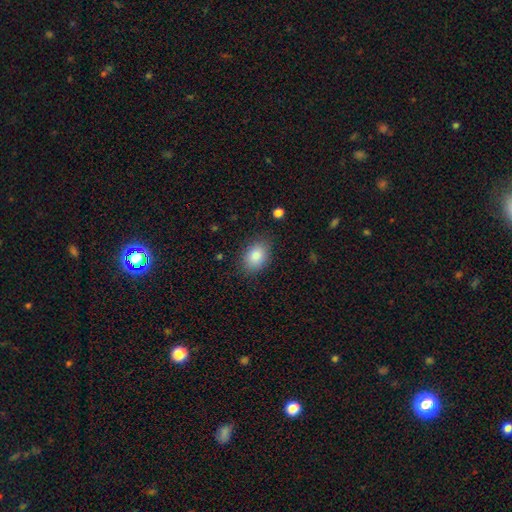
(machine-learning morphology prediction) Smooth or featured? Predicted: smooth (p=0.86). How rounded? Predicted: in between (p=0.79). Merging? Predicted: none (p=0.83).